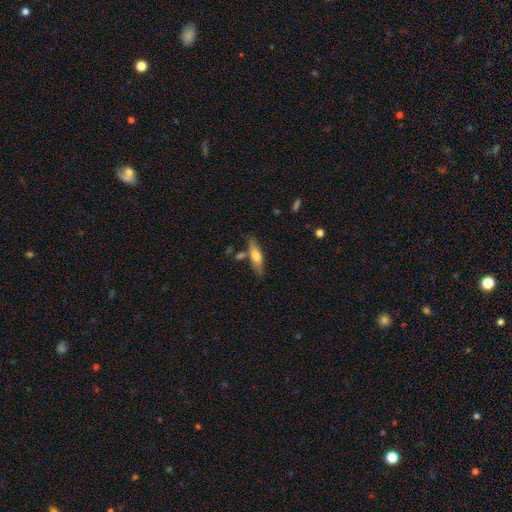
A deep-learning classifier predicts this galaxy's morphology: Smooth or featured?
  - smooth: 61% *
  - featured or disk: 32%
  - star or artifact: 6%
How rounded?
  - cigar-shaped: 56% *
  - in between: 41%
  - round: 2%
Merging?
  - none: 69% *
  - minor disturbance: 17%
  - merger: 10%
  - major disturbance: 4%